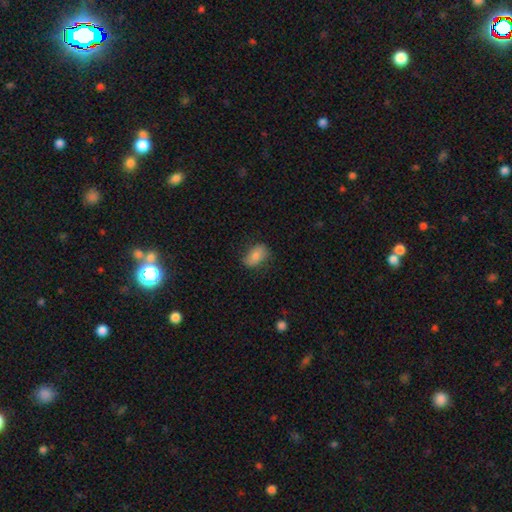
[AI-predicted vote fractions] smooth-or-featured: smooth: 78% | featured or disk: 14% | star or artifact: 8%
  how-rounded: in between: 88% | round: 10% | cigar-shaped: 2%
  merging: none: 70% | minor disturbance: 23% | major disturbance: 6% | merger: 1%